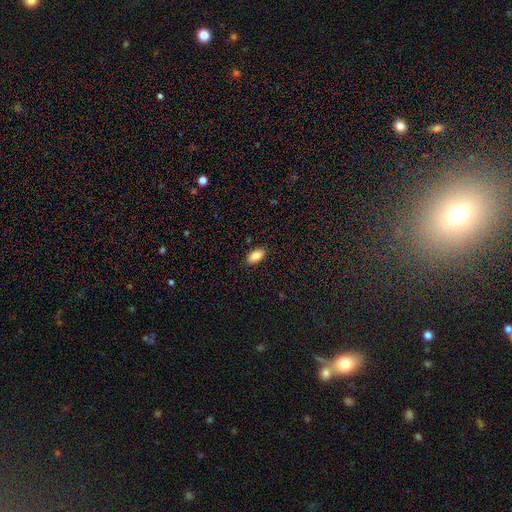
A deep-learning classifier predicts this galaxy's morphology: Smooth or featured?
  - smooth: 86% *
  - star or artifact: 7%
  - featured or disk: 6%
How rounded?
  - in between: 93% *
  - cigar-shaped: 3%
  - round: 3%
Merging?
  - none: 88% *
  - minor disturbance: 9%
  - major disturbance: 2%
  - merger: 1%